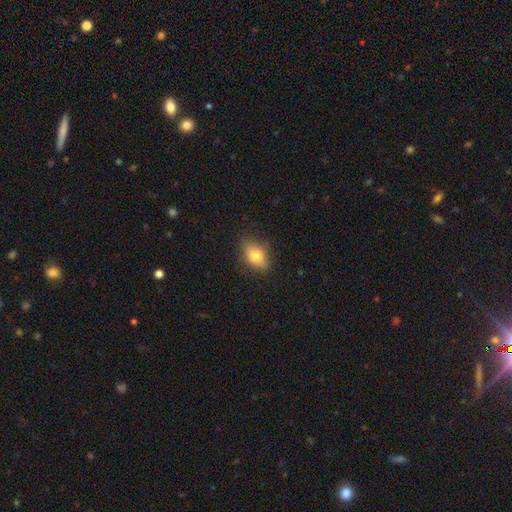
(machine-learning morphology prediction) Smooth or featured: smooth — 74% (featured or disk — 16%)
How rounded: in between — 77% (round — 20%)
Merging: none — 76% (minor disturbance — 19%)